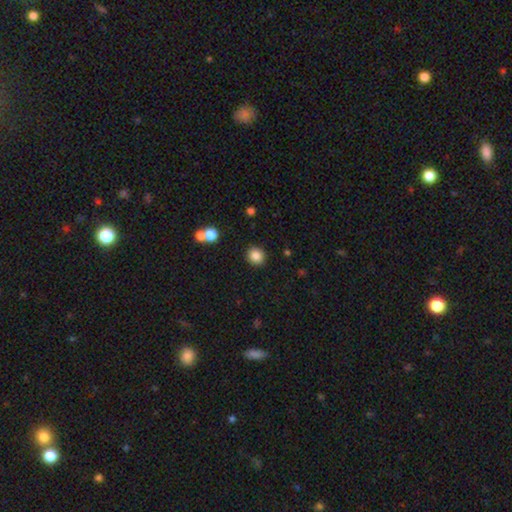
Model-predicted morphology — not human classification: Smooth or featured?
  - smooth: 85% *
  - star or artifact: 10%
  - featured or disk: 4%
How rounded?
  - round: 89% *
  - in between: 11%
  - cigar-shaped: 1%
Merging?
  - none: 90% *
  - minor disturbance: 5%
  - merger: 3%
  - major disturbance: 2%